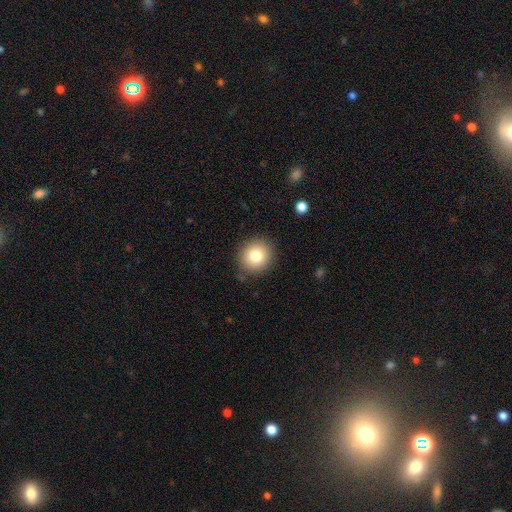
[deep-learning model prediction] smooth_or_featured: smooth (p=0.79) [alt: star or artifact p=0.11]
how_rounded: round (p=0.89) [alt: in between p=0.10]
merging: none (p=0.88) [alt: minor disturbance p=0.09]